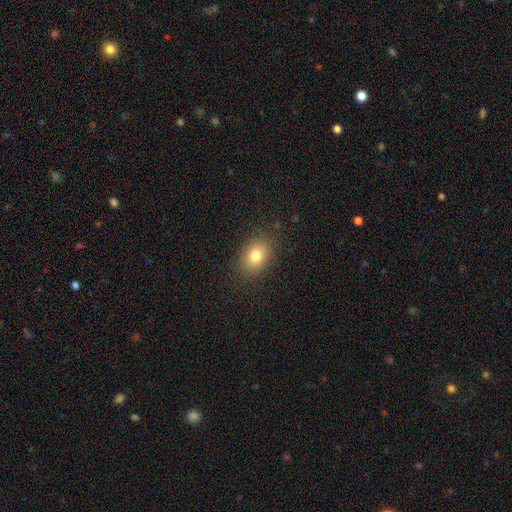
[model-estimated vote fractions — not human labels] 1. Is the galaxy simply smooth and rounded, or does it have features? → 80% smooth, 11% star or artifact, 9% featured or disk.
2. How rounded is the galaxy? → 70% in between, 29% round, 1% cigar-shaped.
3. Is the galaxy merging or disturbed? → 86% none, 10% minor disturbance, 3% major disturbance, 1% merger.